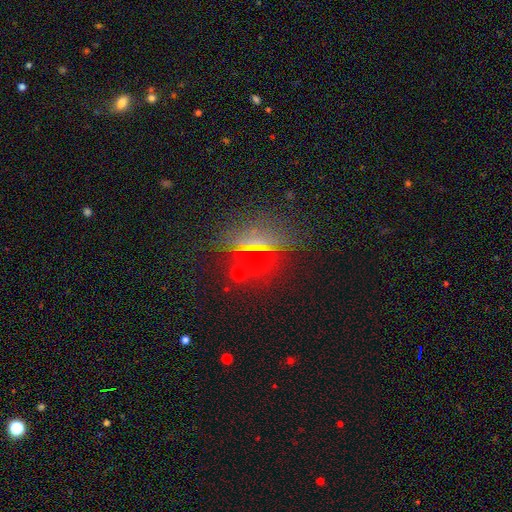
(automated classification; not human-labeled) This appears to be a star or artifact, not a galaxy (50%).